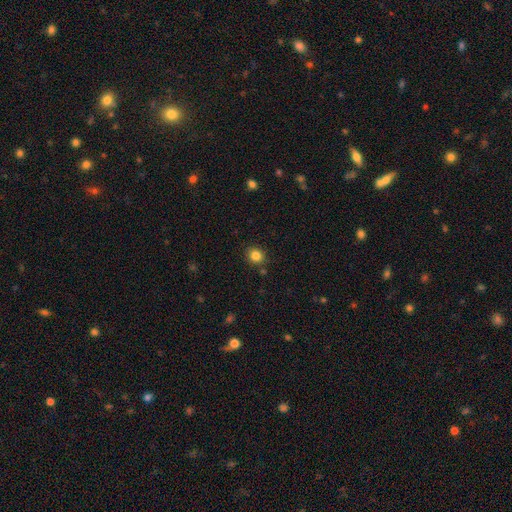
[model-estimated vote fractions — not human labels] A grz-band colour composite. It shows a smooth galaxy with no disk features (84%) that is round (82%). Merging: none (87%).